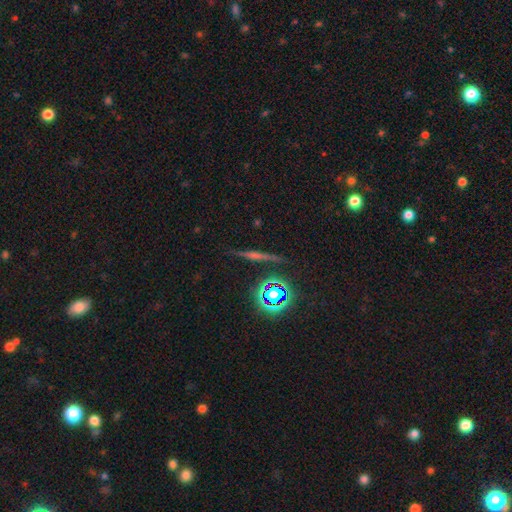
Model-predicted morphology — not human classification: featured or disk 52%, star or artifact 27%, smooth 21%. Down the decision tree: edge-on disk — yes (95%); merging — none (89%).